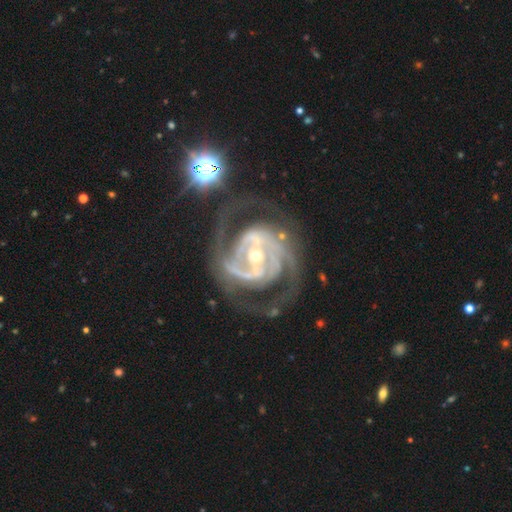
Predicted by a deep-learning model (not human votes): Morphology: type=featured or disk (92%); edge-on=no (97%); bar=strong (45%); spiral arms=yes (97%); winding=tight (46%); arm count=2 (54%); bulge=small (49%); merging=none (65%).